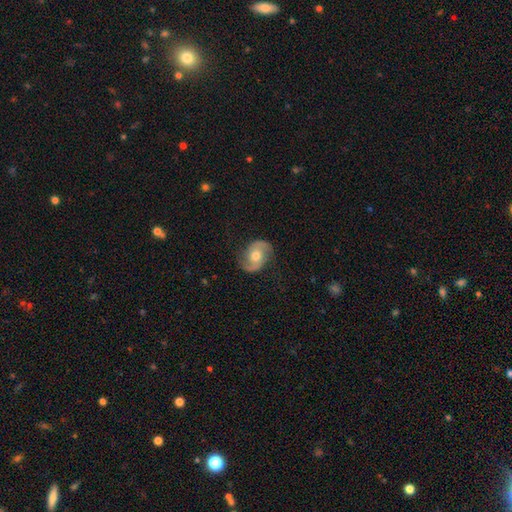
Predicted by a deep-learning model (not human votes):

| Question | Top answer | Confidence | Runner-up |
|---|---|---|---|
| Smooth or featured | featured or disk | 81% | smooth (13%) |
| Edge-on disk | no | 97% | yes (3%) |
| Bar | no | 64% | weak (29%) |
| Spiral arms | yes | 94% | no (6%) |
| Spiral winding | medium | 48% | loose (33%) |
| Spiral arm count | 2 | 92% | can't tell (3%) |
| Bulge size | moderate | 74% | small (17%) |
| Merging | none | 81% | minor disturbance (14%) |